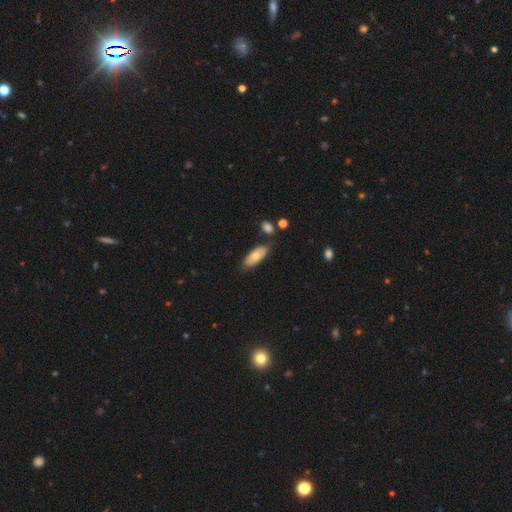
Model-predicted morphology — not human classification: type=smooth (65%); roundness=in between (84%); merging=none (75%).